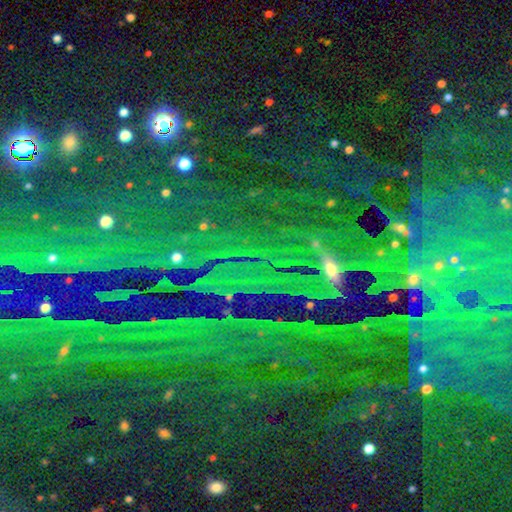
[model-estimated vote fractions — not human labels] Smooth or featured? star or artifact (75%)